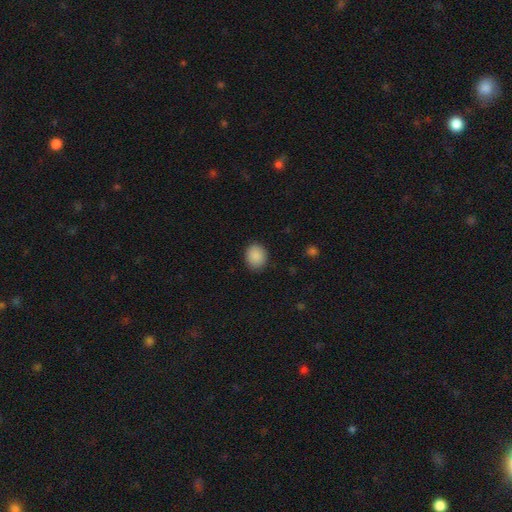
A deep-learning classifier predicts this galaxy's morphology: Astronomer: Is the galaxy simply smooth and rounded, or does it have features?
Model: smooth — 89%.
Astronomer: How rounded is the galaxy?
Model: round — 57% (runner-up: in between, 42%).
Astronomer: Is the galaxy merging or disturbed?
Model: none — 87%.